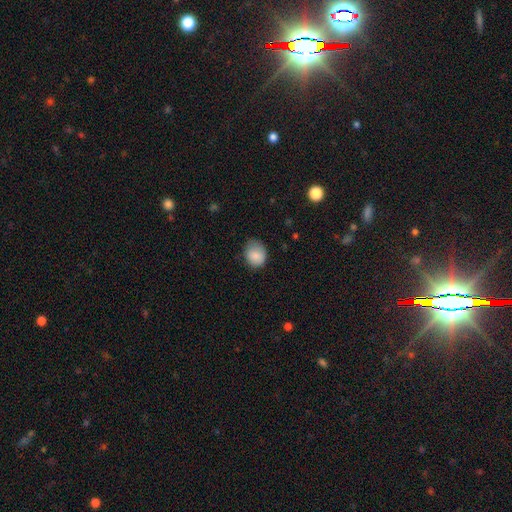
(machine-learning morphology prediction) smooth_or_featured: smooth (p=0.84) [alt: star or artifact p=0.08]
how_rounded: round (p=0.54) [alt: in between p=0.46]
merging: none (p=0.59) [alt: minor disturbance p=0.31]